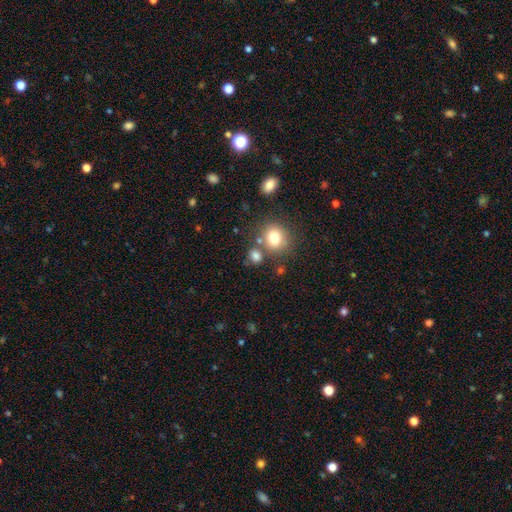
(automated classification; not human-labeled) smooth 78%, star or artifact 13%, featured or disk 9%. Down the decision tree: how rounded — round (68%); merging — none (62%).